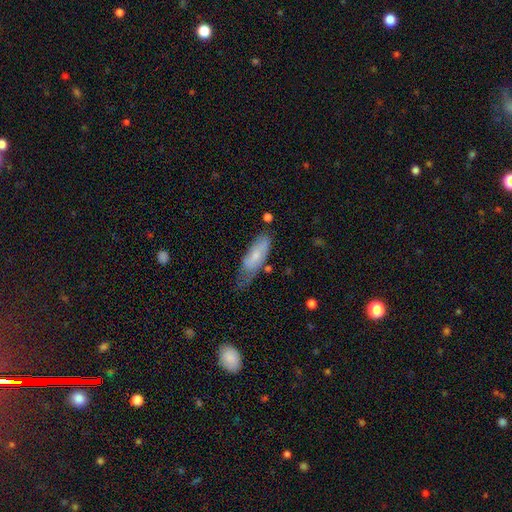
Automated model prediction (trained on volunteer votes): smooth-or-featured: smooth: 62% | featured or disk: 32% | star or artifact: 6%
  how-rounded: in between: 60% | cigar-shaped: 38% | round: 2%
  merging: none: 41% | minor disturbance: 39% | major disturbance: 16% | merger: 4%